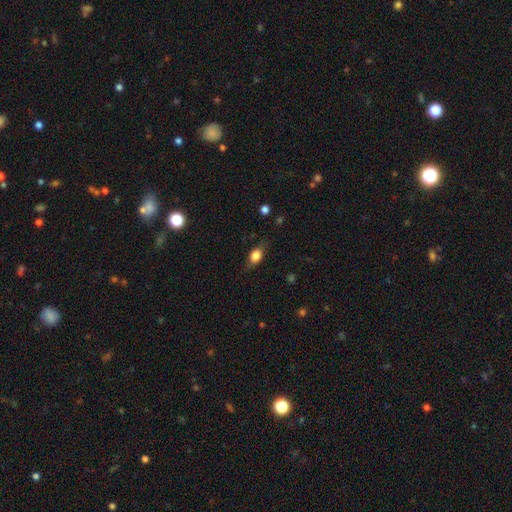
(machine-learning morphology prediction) Overall: smooth (77%). How rounded: in between (76%). Merging: none (76%).